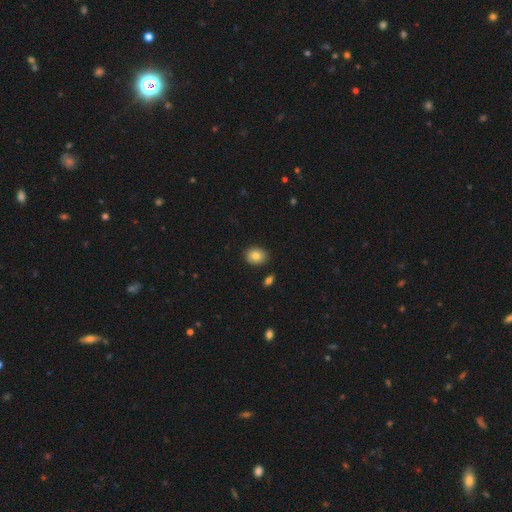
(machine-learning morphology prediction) smooth 83%, featured or disk 9%, star or artifact 8%. Down the decision tree: how rounded — in between (53%); merging — none (87%).